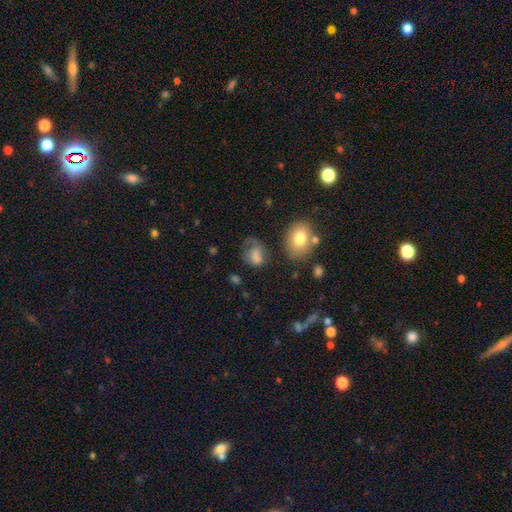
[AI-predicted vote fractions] This is likely a smooth galaxy (65%). How rounded: possibly in between (60%). Merging: marginally major disturbance (36%).